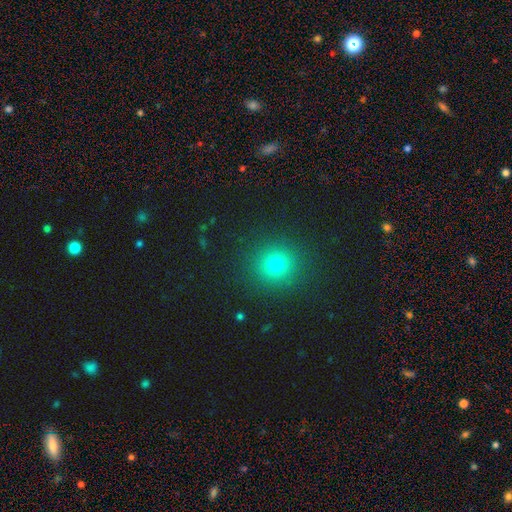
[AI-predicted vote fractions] The model was most divided on "smooth or featured": smooth: 62%, star or artifact: 32%, featured or disk: 6%. More confident: how rounded — round (93%); merging — none (92%).